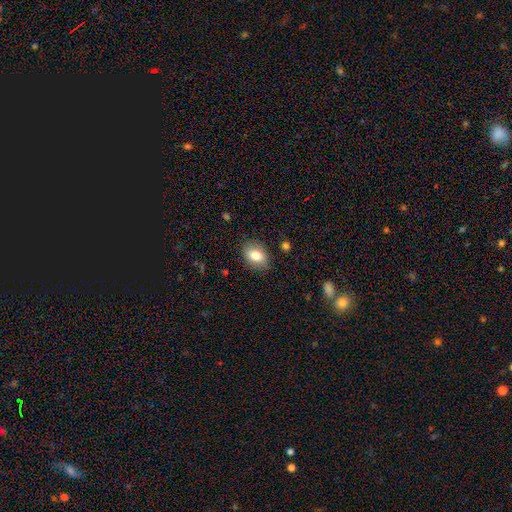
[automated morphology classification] A smooth galaxy with no disk features (80%) that is in between round and cigar-shaped (78%). Merging: none (84%).